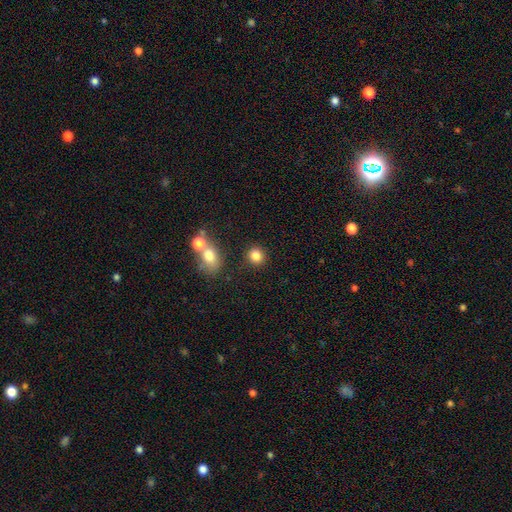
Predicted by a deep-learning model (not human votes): Smooth or featured? smooth (82%)
How rounded? round (85%)
Merging? none (82%)